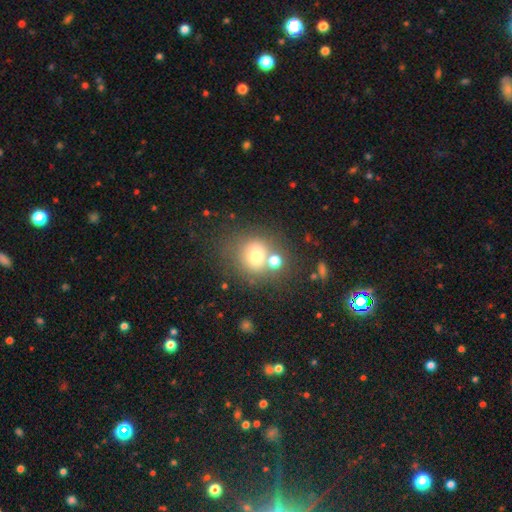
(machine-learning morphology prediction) smooth_or_featured: smooth (p=0.71) [alt: star or artifact p=0.15]
how_rounded: round (p=0.81) [alt: in between p=0.18]
merging: none (p=0.54) [alt: merger p=0.28]